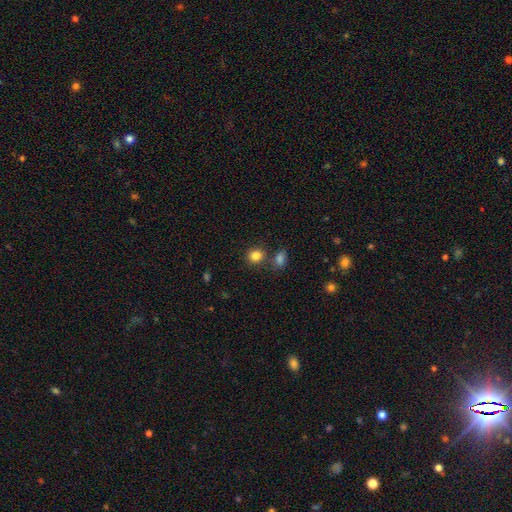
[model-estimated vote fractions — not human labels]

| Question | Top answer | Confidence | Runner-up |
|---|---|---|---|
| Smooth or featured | smooth | 83% | star or artifact (11%) |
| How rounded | round | 75% | in between (24%) |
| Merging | none | 73% | merger (14%) |